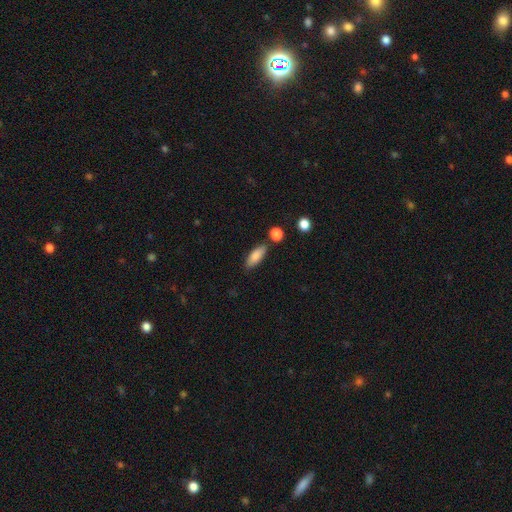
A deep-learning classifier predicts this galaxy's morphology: The model was most divided on "how rounded": in between: 71%, cigar-shaped: 27%, round: 3%. More confident: smooth or featured — smooth (84%); merging — none (78%).